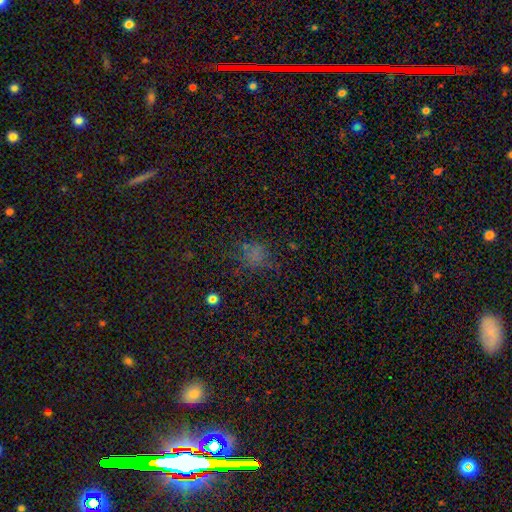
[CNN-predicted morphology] smooth-or-featured: smooth: 56% | star or artifact: 31% | featured or disk: 13%
  how-rounded: round: 59% | in between: 38% | cigar-shaped: 2%
  merging: none: 59% | minor disturbance: 21% | major disturbance: 16% | merger: 4%